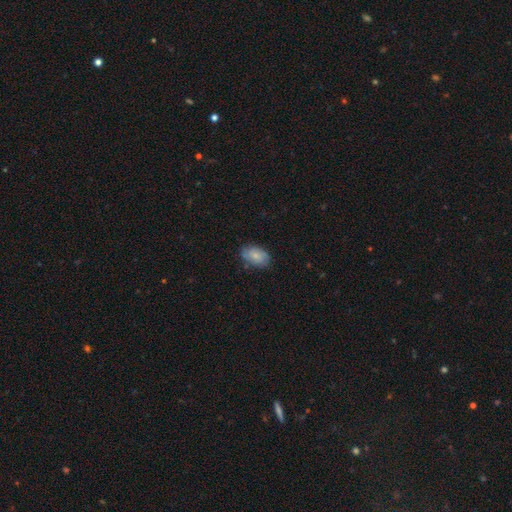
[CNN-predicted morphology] Smooth or featured? Predicted: smooth (p=0.69). How rounded? Predicted: in between (p=0.89). Merging? Predicted: none (p=0.76).